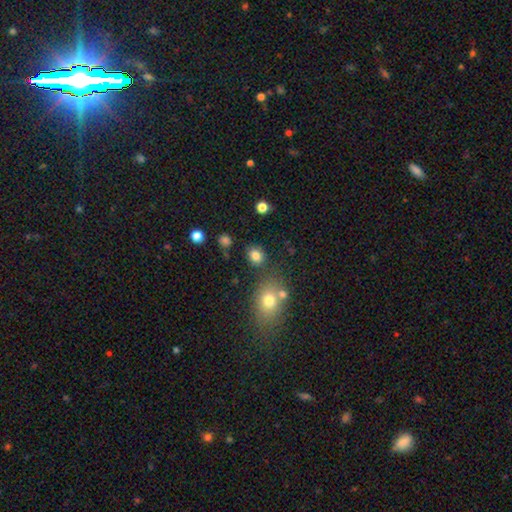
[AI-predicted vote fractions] Smooth or featured? smooth (82%)
How rounded? round (60%)
Merging? none (78%)